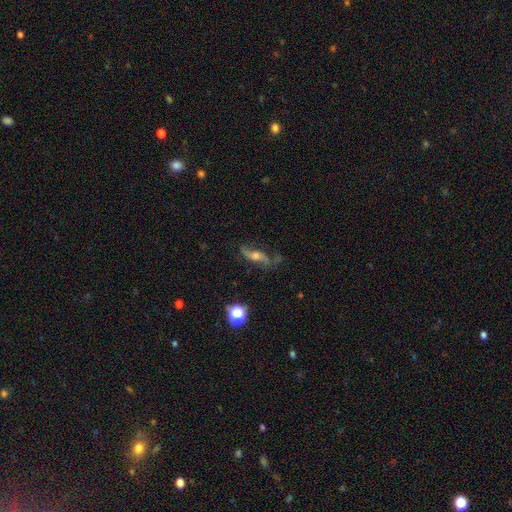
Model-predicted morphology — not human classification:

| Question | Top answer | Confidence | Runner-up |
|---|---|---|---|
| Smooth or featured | featured or disk | 69% | smooth (18%) |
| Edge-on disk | no | 74% | yes (26%) |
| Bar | no | 59% | weak (28%) |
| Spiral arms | yes | 88% | no (12%) |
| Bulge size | moderate | 54% | small (27%) |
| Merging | none | 64% | minor disturbance (20%) |